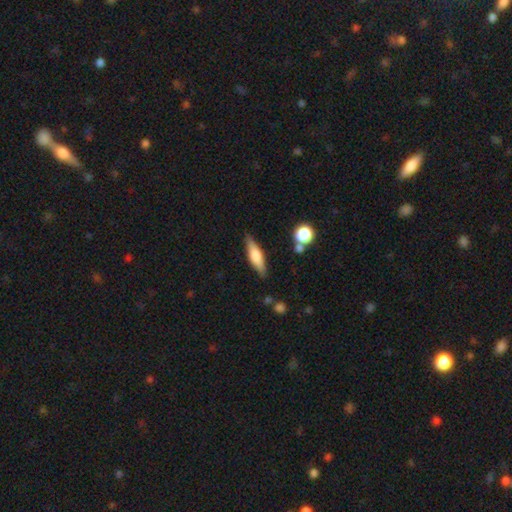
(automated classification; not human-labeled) This is possibly a smooth galaxy (52%). How rounded: likely cigar-shaped (62%). Merging: clearly none (84%).